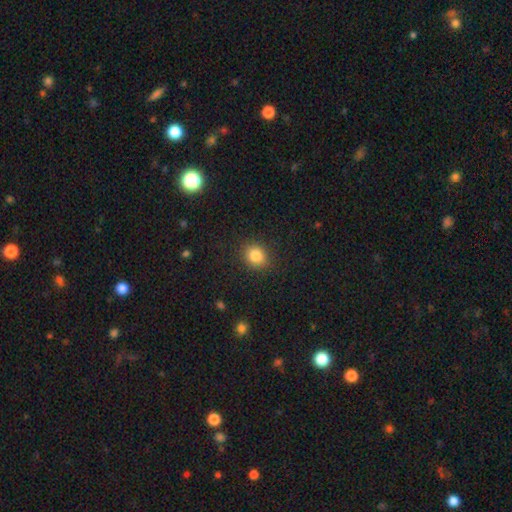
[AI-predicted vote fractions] A smooth galaxy with no disk features (83%) that is round (73%). Merging: none (89%).